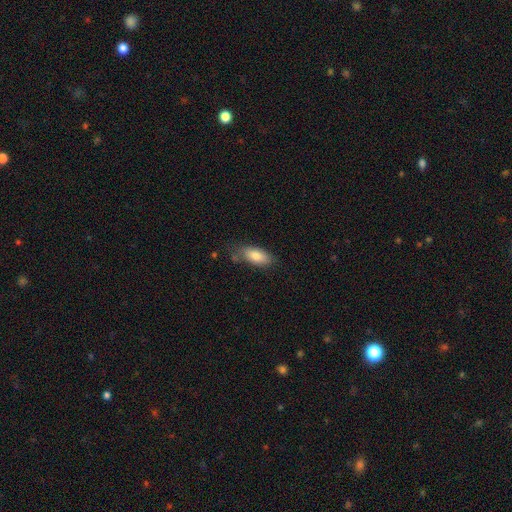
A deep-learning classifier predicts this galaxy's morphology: Smooth or featured? Predicted: smooth (p=0.81). How rounded? Predicted: in between (p=0.86). Merging? Predicted: none (p=0.63).